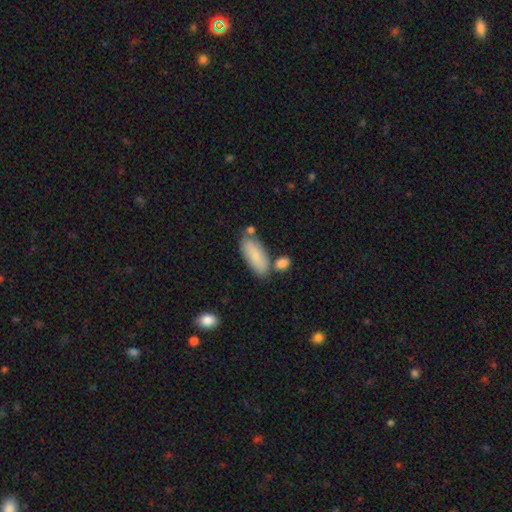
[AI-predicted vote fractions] smooth-or-featured: smooth: 81% | featured or disk: 13% | star or artifact: 6%
  how-rounded: in between: 79% | cigar-shaped: 19% | round: 2%
  merging: none: 66% | minor disturbance: 17% | merger: 13% | major disturbance: 4%